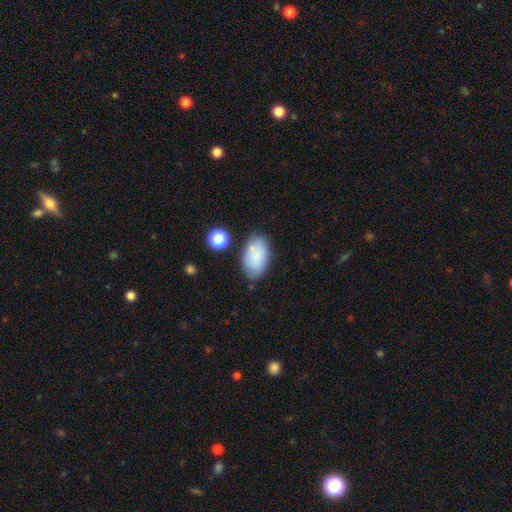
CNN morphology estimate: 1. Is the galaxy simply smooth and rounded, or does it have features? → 78% smooth, 14% featured or disk, 8% star or artifact.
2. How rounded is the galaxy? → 93% in between, 6% round, 2% cigar-shaped.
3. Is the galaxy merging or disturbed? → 69% none, 17% minor disturbance, 10% merger, 4% major disturbance.